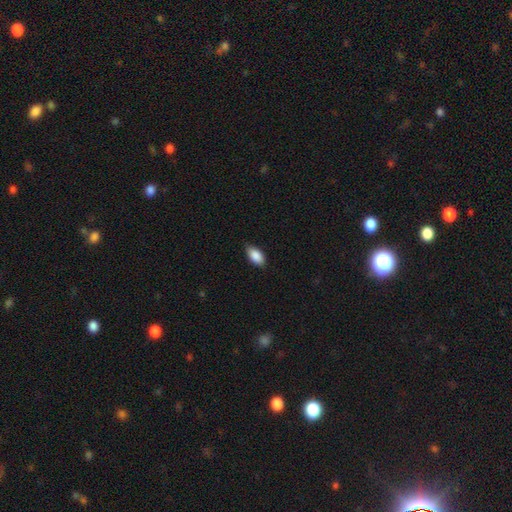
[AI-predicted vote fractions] The model was most divided on "merging": none: 82%, minor disturbance: 15%, major disturbance: 2%, merger: 1%. More confident: how rounded — in between (93%); smooth or featured — smooth (88%).